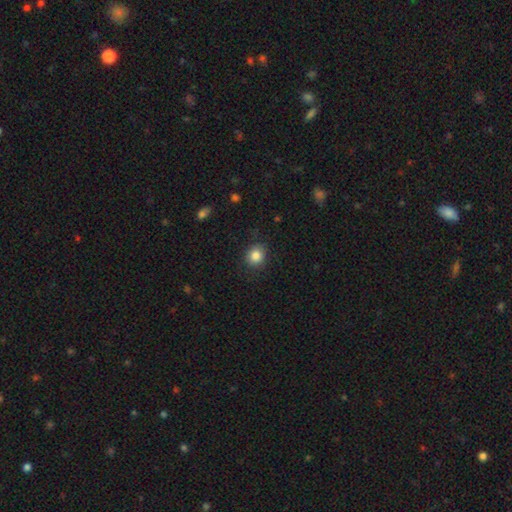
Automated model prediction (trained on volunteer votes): Smooth or featured? smooth (84%)
How rounded? round (80%)
Merging? none (86%)